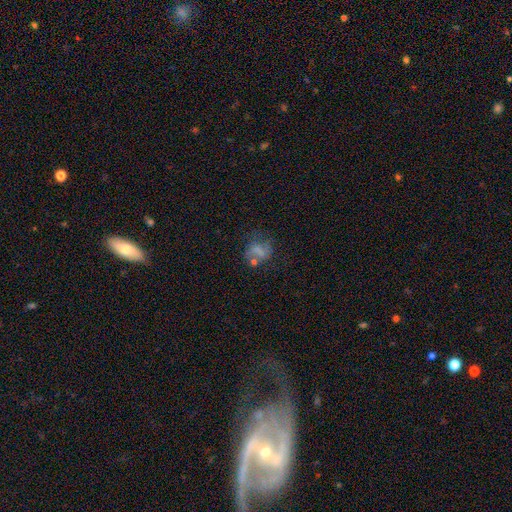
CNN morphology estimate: This is possibly a smooth galaxy (48%). Merging: marginally none (44%).